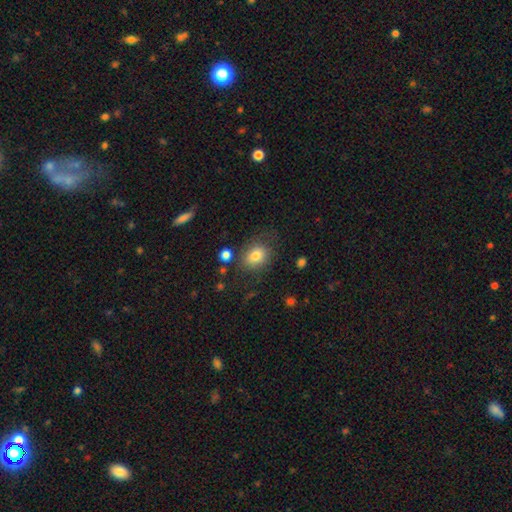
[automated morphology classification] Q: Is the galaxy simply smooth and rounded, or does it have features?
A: smooth — 79%.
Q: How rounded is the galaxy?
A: in between — 54%.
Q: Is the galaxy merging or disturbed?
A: none — 71%.